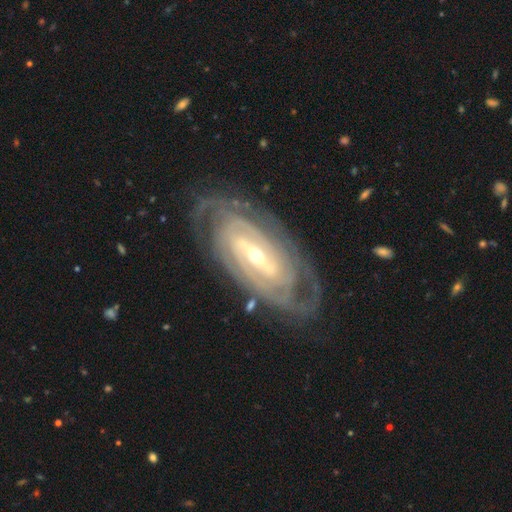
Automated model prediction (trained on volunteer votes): Q: Smooth or featured?
A: featured or disk (89%); runner-up: smooth (6%)
Q: Edge-on disk?
A: no (93%); runner-up: yes (7%)
Q: Bar?
A: strong (41%); runner-up: weak (36%)
Q: Spiral arms?
A: yes (95%); runner-up: no (5%)
Q: Spiral winding?
A: tight (79%); runner-up: medium (17%)
Q: Spiral arm count?
A: can't tell (35%); runner-up: 2 (23%)
Q: Bulge size?
A: small (48%); tied with: moderate (48%)
Q: Merging?
A: none (79%); runner-up: minor disturbance (14%)